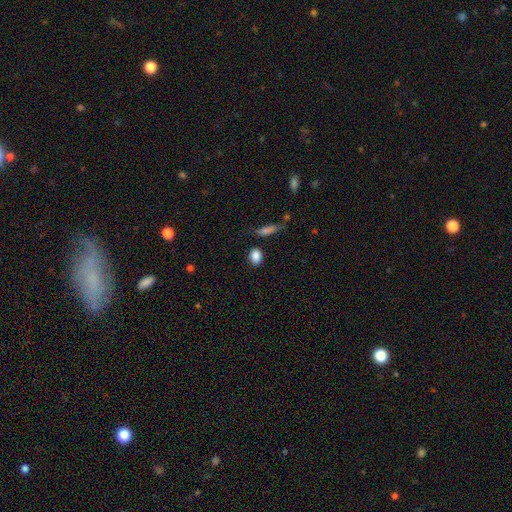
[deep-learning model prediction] A smooth galaxy with no disk features (87%) that is in between round and cigar-shaped (55%).

Vote fractions:
- Smooth or featured? smooth: 87% / star or artifact: 8% / featured or disk: 5%
- How rounded? in between: 55% / round: 42% / cigar-shaped: 3%
- Merging? none: 82% / minor disturbance: 11% / merger: 4% / major disturbance: 3%